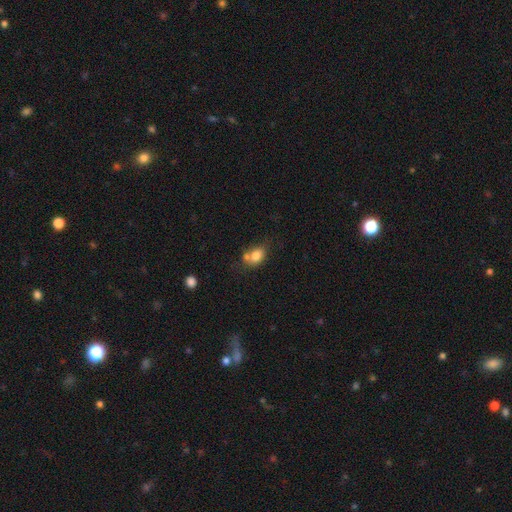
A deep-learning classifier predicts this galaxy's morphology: The model was most divided on "merging": none: 44%, merger: 32%, minor disturbance: 18%, major disturbance: 6%. More confident: smooth or featured — smooth (79%); how rounded — in between (68%).